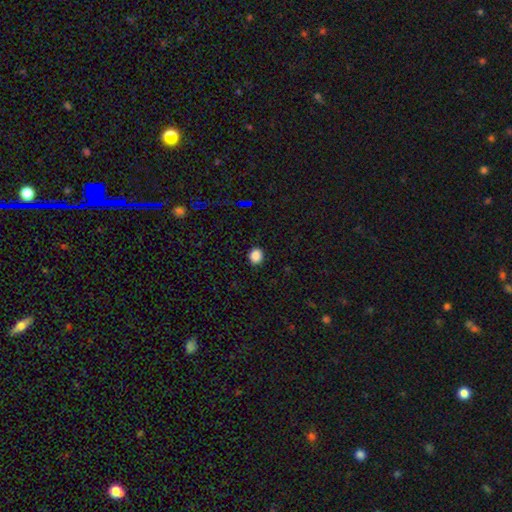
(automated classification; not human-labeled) This is clearly a smooth galaxy (86%). How rounded: likely round (77%). Merging: clearly none (91%).